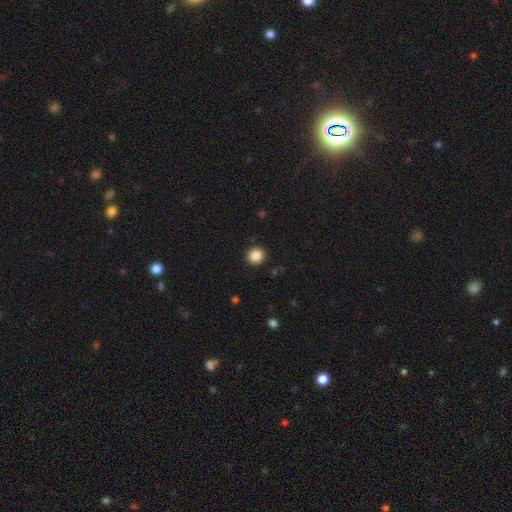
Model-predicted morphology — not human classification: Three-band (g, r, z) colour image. It shows a smooth galaxy with no disk features (86%) that is round (86%). Merging: none (92%).